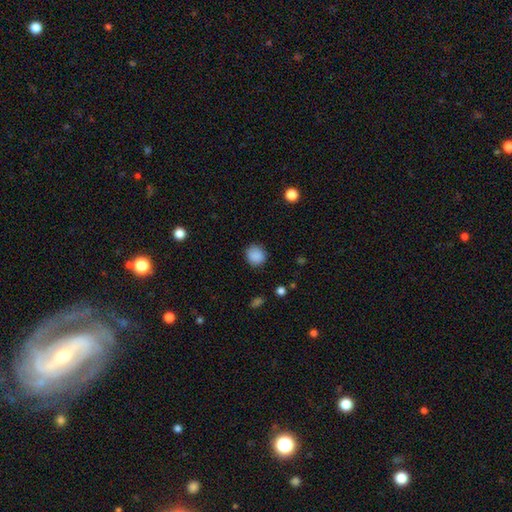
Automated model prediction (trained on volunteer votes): Morphology: type=smooth (88%); roundness=round (88%); merging=none (87%).